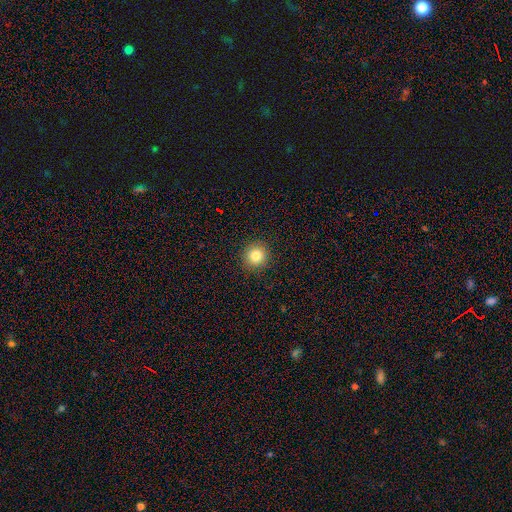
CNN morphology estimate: type=smooth (82%); roundness=round (93%); merging=none (92%).